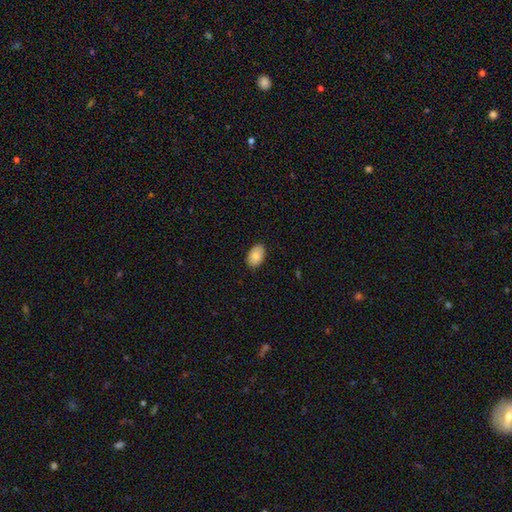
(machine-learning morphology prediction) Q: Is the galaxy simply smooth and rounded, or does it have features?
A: smooth — 80%.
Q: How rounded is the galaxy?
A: in between — 89%.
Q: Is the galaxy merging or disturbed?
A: none — 86%.